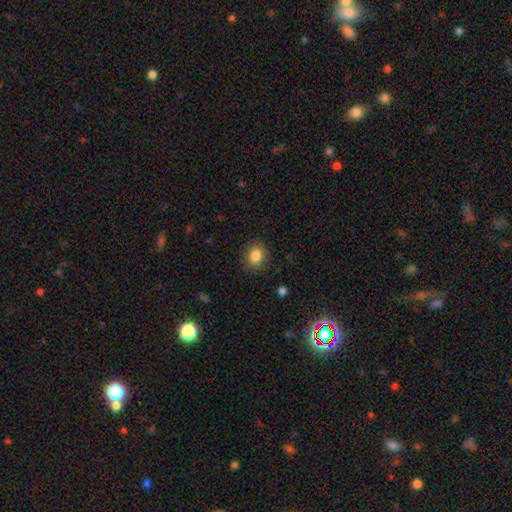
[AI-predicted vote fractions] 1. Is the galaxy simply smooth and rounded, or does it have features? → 85% smooth, 10% star or artifact, 5% featured or disk.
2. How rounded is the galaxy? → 70% round, 29% in between, 1% cigar-shaped.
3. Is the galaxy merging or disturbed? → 86% none, 10% minor disturbance, 3% major disturbance, 1% merger.